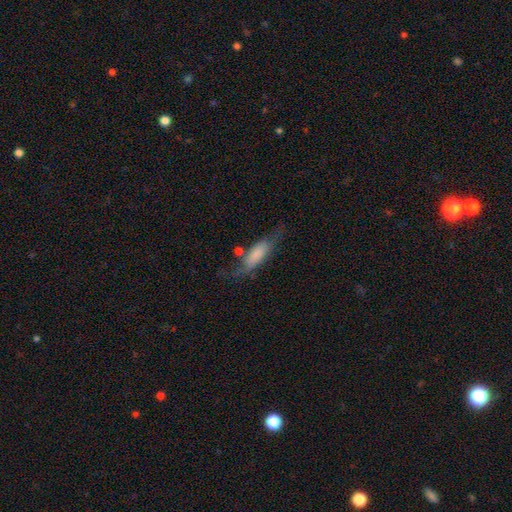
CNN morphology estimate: Smooth or featured?
  - smooth: 61% *
  - featured or disk: 31%
  - star or artifact: 8%
How rounded?
  - in between: 56% *
  - cigar-shaped: 41%
  - round: 3%
Merging?
  - none: 45% *
  - minor disturbance: 27%
  - major disturbance: 19%
  - merger: 8%